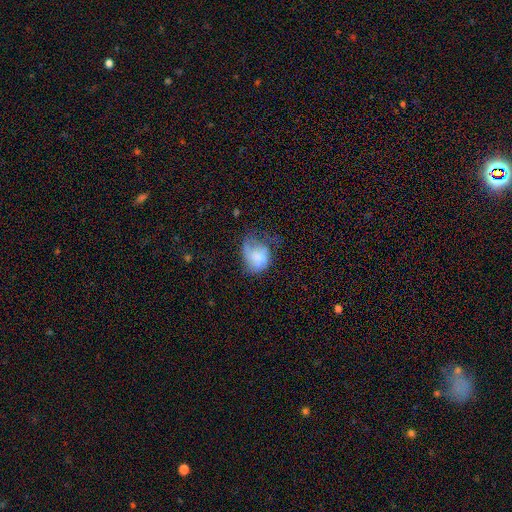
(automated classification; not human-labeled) Smooth or featured?
  - smooth: 55% *
  - featured or disk: 35%
  - star or artifact: 10%
How rounded?
  - in between: 55% *
  - round: 44%
  - cigar-shaped: 1%
Merging?
  - major disturbance: 42% *
  - minor disturbance: 25%
  - none: 22%
  - merger: 11%